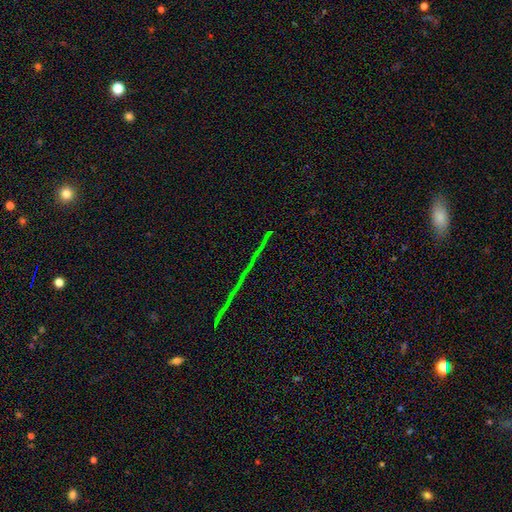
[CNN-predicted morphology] Smooth or featured? star or artifact (80%)